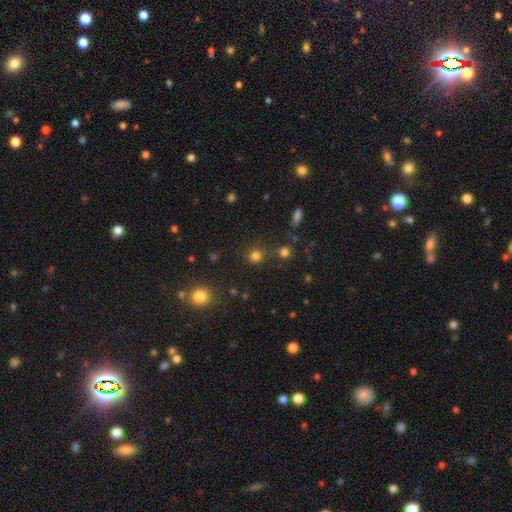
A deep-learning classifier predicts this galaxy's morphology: A smooth galaxy with no disk features (76%) that is round (91%). Merging: none (75%).